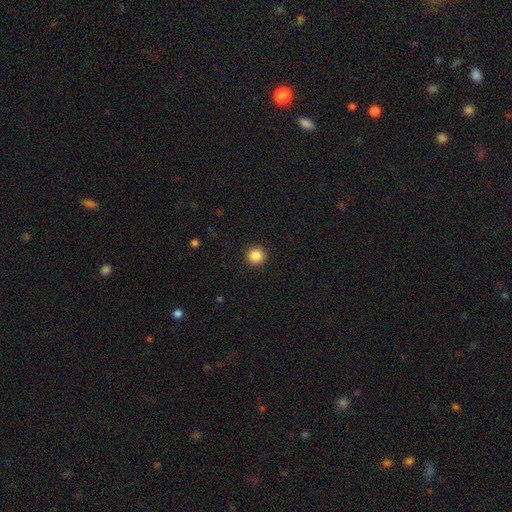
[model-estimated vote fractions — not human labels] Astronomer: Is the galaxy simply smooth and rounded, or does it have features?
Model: smooth — 86%.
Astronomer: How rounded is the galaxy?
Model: round — 95%.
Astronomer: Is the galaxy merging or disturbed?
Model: none — 93%.